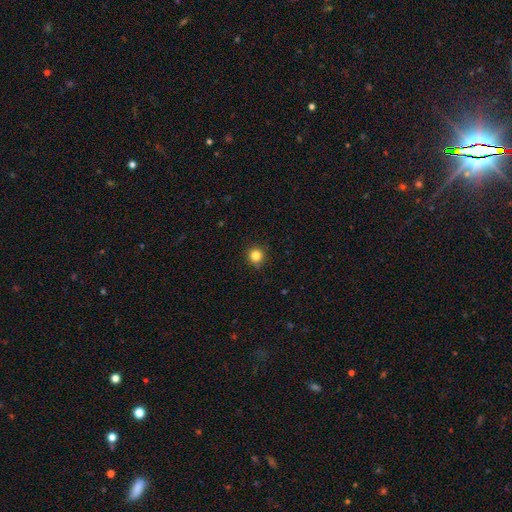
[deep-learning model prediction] Smooth or featured?
  - smooth: 83% *
  - star or artifact: 12%
  - featured or disk: 5%
How rounded?
  - round: 92% *
  - in between: 7%
  - cigar-shaped: 1%
Merging?
  - none: 88% *
  - minor disturbance: 9%
  - major disturbance: 2%
  - merger: 1%